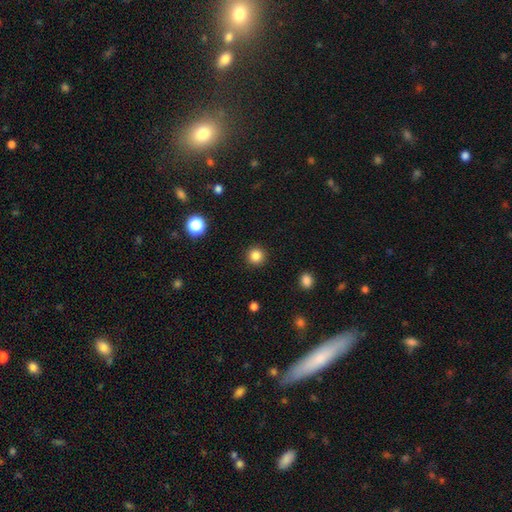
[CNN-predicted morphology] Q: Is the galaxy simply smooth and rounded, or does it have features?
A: smooth — 85%.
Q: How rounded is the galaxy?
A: round — 95%.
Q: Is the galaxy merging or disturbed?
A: none — 92%.